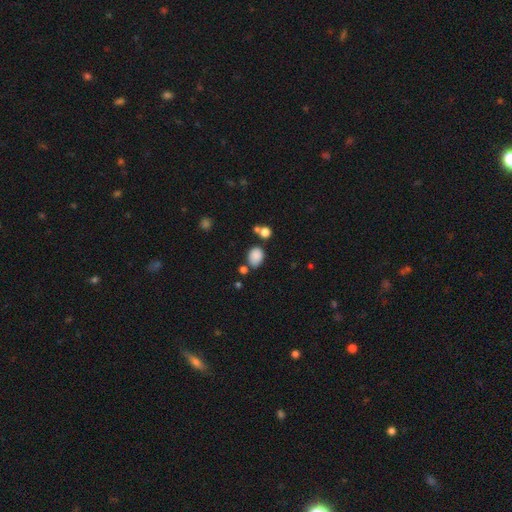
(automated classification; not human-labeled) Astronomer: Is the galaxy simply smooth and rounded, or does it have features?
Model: smooth — 84%.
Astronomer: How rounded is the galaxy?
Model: in between — 67%.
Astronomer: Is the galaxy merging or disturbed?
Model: none — 65%.